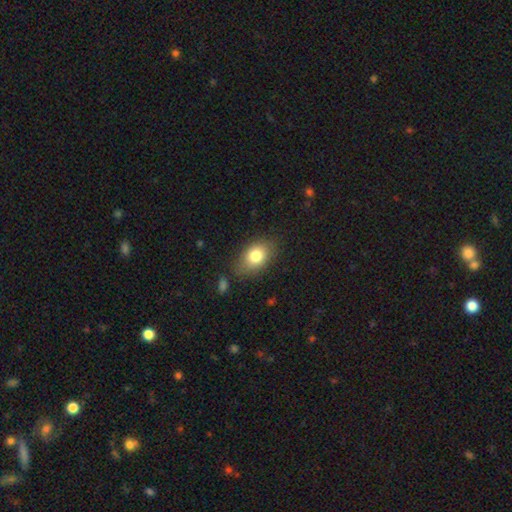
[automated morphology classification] type=smooth (80%); roundness=in between (76%); merging=none (76%).